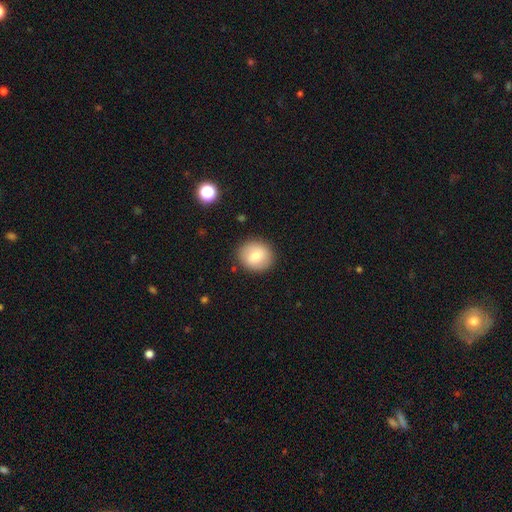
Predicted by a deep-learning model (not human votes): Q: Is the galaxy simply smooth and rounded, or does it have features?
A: smooth — 75%.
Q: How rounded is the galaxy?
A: round — 82%.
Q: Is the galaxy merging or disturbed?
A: none — 88%.